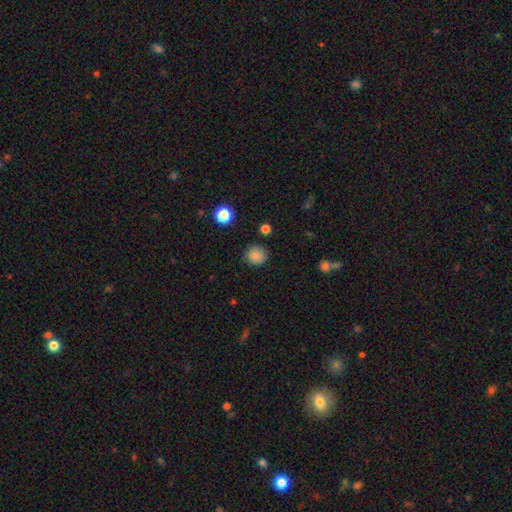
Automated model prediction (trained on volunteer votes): This appears to be a smooth galaxy with no disk features (83%) that is round (93%). Merging: none (88%).